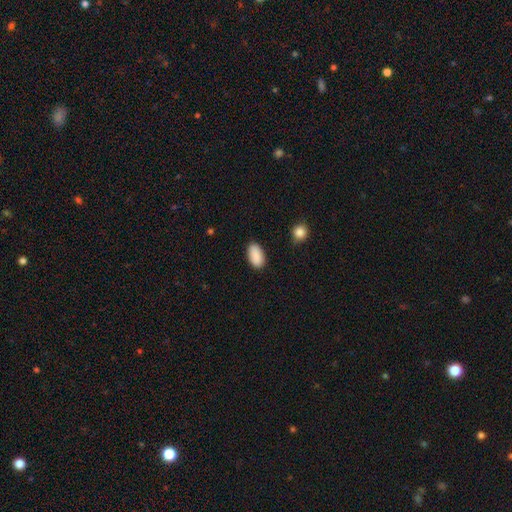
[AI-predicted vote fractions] Smooth or featured? Predicted: smooth (p=0.90). How rounded? Predicted: in between (p=0.94). Merging? Predicted: none (p=0.86).